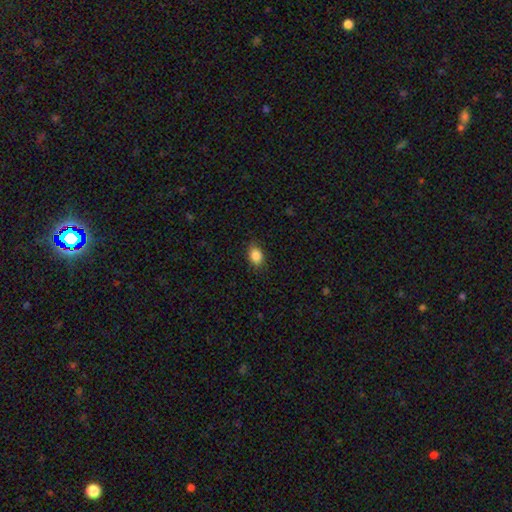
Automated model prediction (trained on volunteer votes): A smooth galaxy with no disk features (87%) that is in between round and cigar-shaped (75%).

Vote fractions:
- Smooth or featured? smooth: 87% / star or artifact: 9% / featured or disk: 4%
- How rounded? in between: 75% / round: 24% / cigar-shaped: 1%
- Merging? none: 85% / minor disturbance: 12% / major disturbance: 3% / merger: 1%